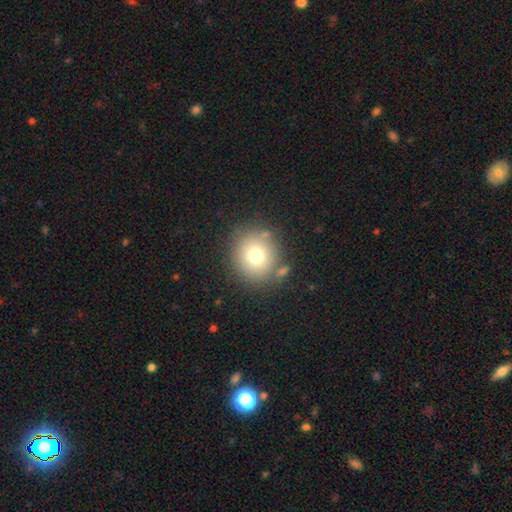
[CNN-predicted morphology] A smooth galaxy with no disk features (73%) that is round (89%).

Vote fractions:
- Smooth or featured? smooth: 73% / star or artifact: 14% / featured or disk: 13%
- How rounded? round: 89% / in between: 10% / cigar-shaped: 1%
- Merging? none: 80% / minor disturbance: 10% / merger: 6% / major disturbance: 4%